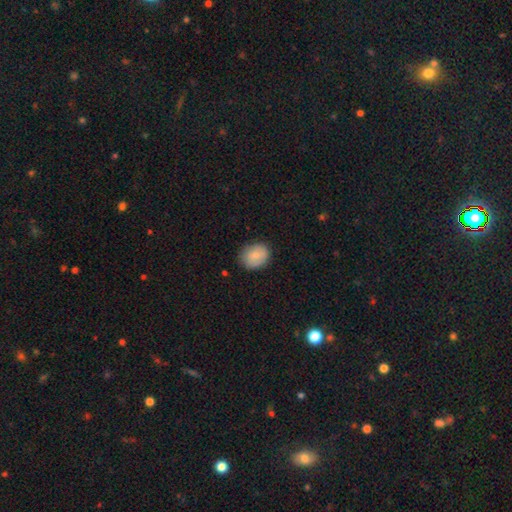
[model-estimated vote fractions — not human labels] Q: Smooth or featured?
A: smooth (81%); runner-up: featured or disk (12%)
Q: How rounded?
A: round (52%); runner-up: in between (47%)
Q: Merging?
A: none (80%); runner-up: minor disturbance (15%)